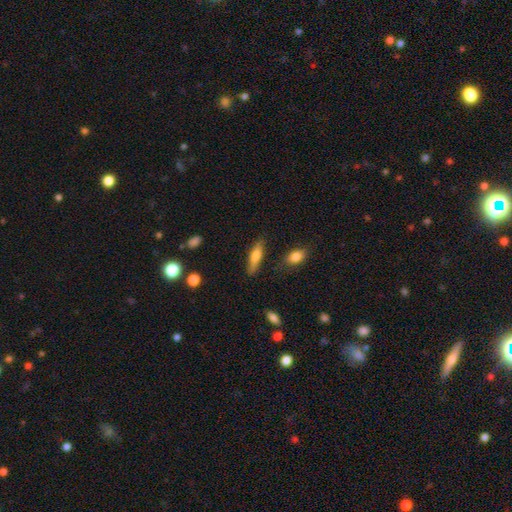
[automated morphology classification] smooth_or_featured: smooth (p=0.66) [alt: featured or disk p=0.28]
how_rounded: cigar-shaped (p=0.69) [alt: in between p=0.29]
merging: none (p=0.81) [alt: minor disturbance p=0.13]